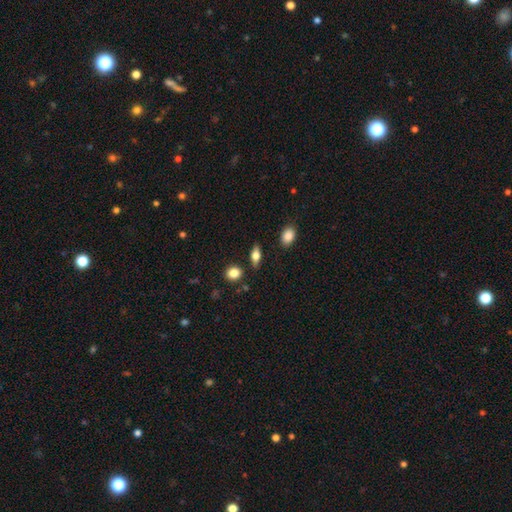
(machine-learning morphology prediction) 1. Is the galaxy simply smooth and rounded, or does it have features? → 60% smooth, 32% featured or disk, 8% star or artifact.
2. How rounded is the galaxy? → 75% in between, 17% cigar-shaped, 8% round.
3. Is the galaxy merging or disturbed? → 84% none, 10% minor disturbance, 3% merger, 3% major disturbance.